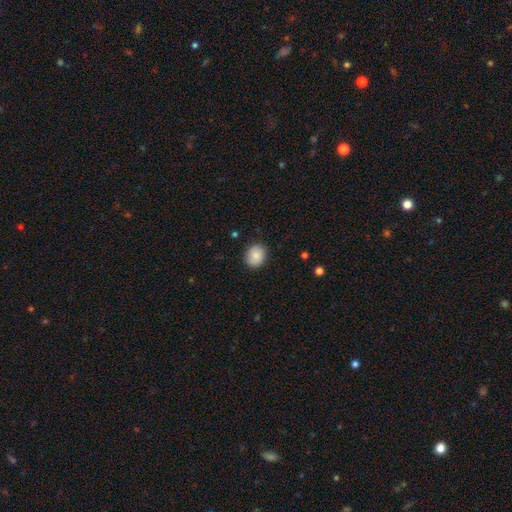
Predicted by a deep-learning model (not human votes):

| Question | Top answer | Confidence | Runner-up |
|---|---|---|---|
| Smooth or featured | smooth | 85% | featured or disk (7%) |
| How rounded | round | 66% | in between (34%) |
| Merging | none | 88% | minor disturbance (9%) |